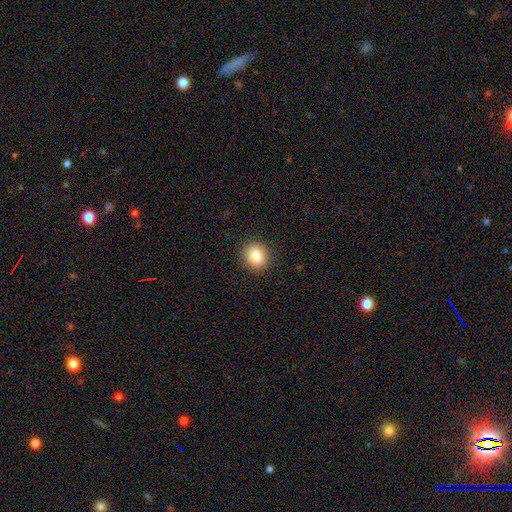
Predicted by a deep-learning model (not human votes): A smooth galaxy with no disk features (86%) that is round (76%).

Vote fractions:
- Smooth or featured? smooth: 86% / star or artifact: 9% / featured or disk: 5%
- How rounded? round: 76% / in between: 23% / cigar-shaped: 1%
- Merging? none: 90% / minor disturbance: 7% / major disturbance: 2% / merger: 1%